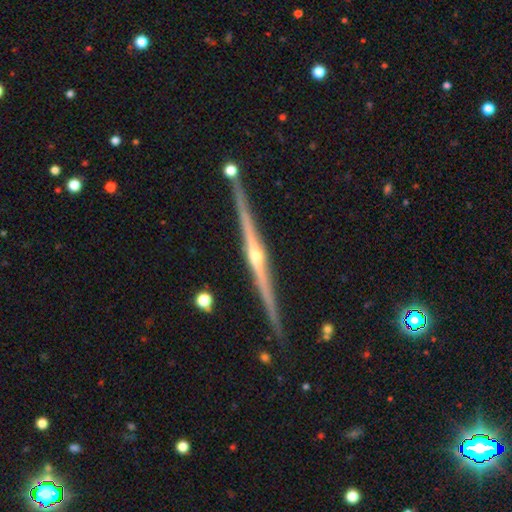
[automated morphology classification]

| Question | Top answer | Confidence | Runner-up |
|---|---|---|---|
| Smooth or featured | featured or disk | 88% | smooth (6%) |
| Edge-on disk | yes | 99% | no (1%) |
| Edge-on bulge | rounded | 88% | none (7%) |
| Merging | none | 85% | minor disturbance (10%) |